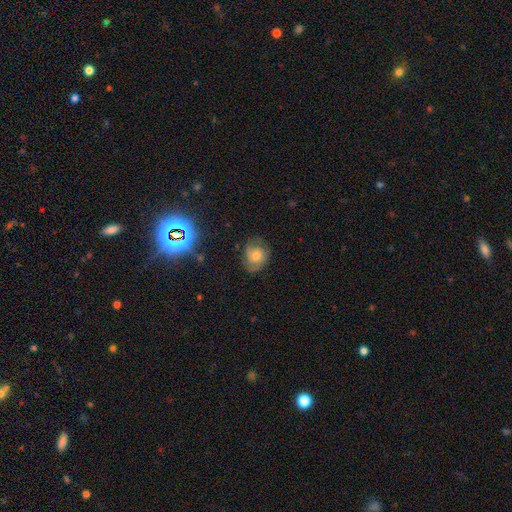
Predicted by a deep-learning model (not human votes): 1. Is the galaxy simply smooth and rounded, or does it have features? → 49% smooth, 37% featured or disk, 14% star or artifact.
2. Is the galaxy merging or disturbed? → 64% none, 24% minor disturbance, 10% major disturbance, 1% merger.